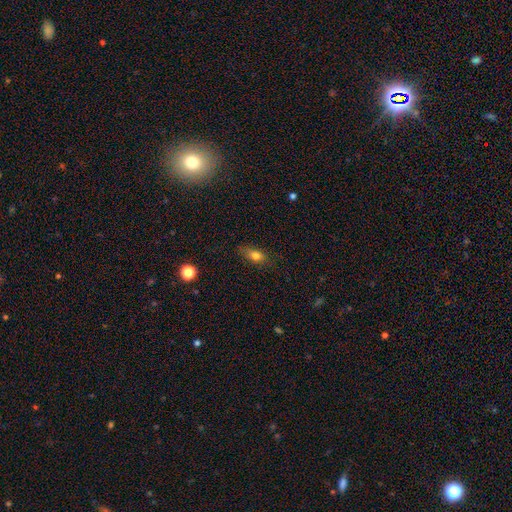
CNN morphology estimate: Smooth or featured?
  - smooth: 73% *
  - featured or disk: 15%
  - star or artifact: 12%
How rounded?
  - in between: 70% *
  - round: 16%
  - cigar-shaped: 14%
Merging?
  - none: 70% *
  - minor disturbance: 23%
  - major disturbance: 6%
  - merger: 2%